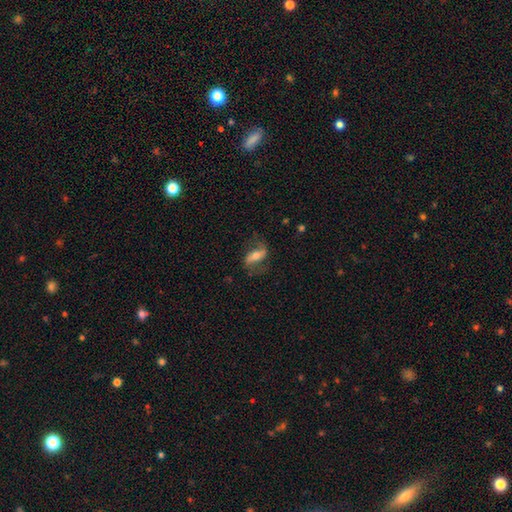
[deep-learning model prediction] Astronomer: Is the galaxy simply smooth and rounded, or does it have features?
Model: featured or disk — 58% (runner-up: smooth, 34%).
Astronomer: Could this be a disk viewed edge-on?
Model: no — 85%.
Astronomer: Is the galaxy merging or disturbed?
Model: none — 68%.